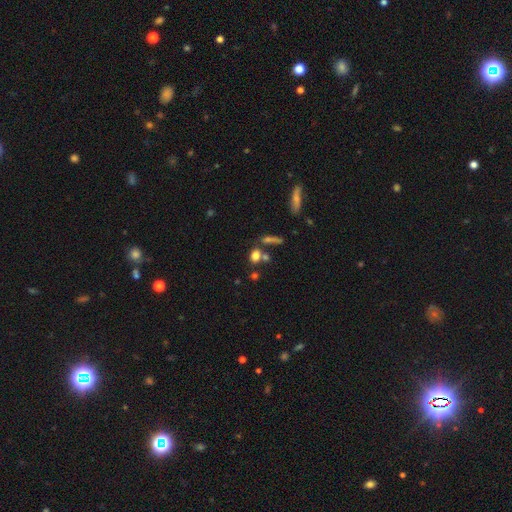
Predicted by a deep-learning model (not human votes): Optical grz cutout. It shows a smooth galaxy with no disk features (75%) that is in between round and cigar-shaped (48%). Merging: none (57%).